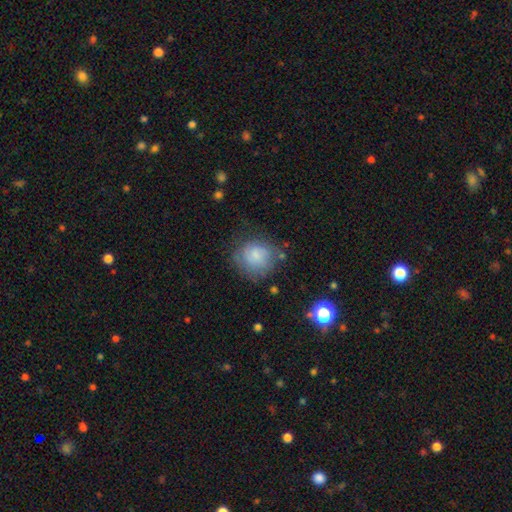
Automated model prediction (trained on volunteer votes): smooth_or_featured: smooth (p=0.70) [alt: featured or disk p=0.21]
how_rounded: round (p=0.81) [alt: in between p=0.18]
merging: none (p=0.60) [alt: minor disturbance p=0.24]